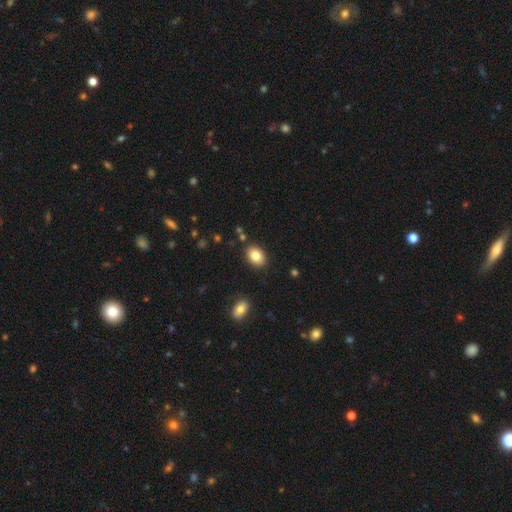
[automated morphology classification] This is clearly a smooth galaxy (83%). How rounded: likely in between (79%). Merging: clearly none (86%).